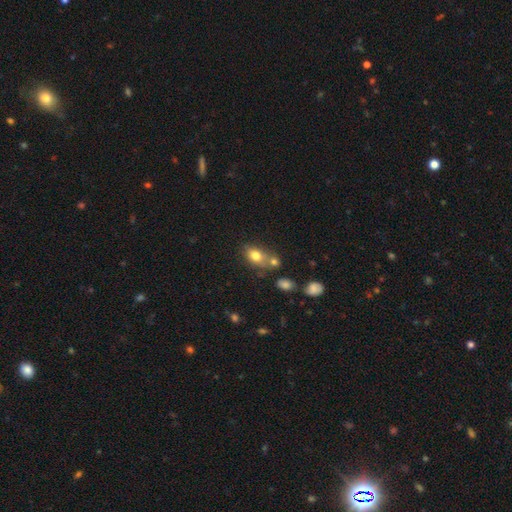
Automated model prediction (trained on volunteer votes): smooth-or-featured: smooth: 77% | featured or disk: 12% | star or artifact: 11%
  how-rounded: in between: 72% | round: 26% | cigar-shaped: 2%
  merging: none: 52% | merger: 26% | minor disturbance: 17% | major disturbance: 6%